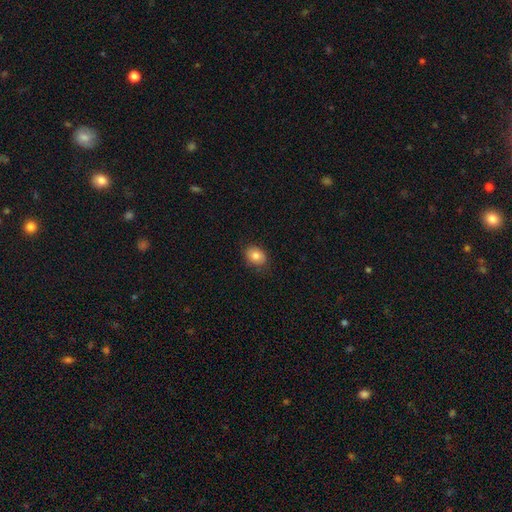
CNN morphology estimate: Overall: smooth (82%). How rounded: in between (64%; round 35%). Merging: none (82%).